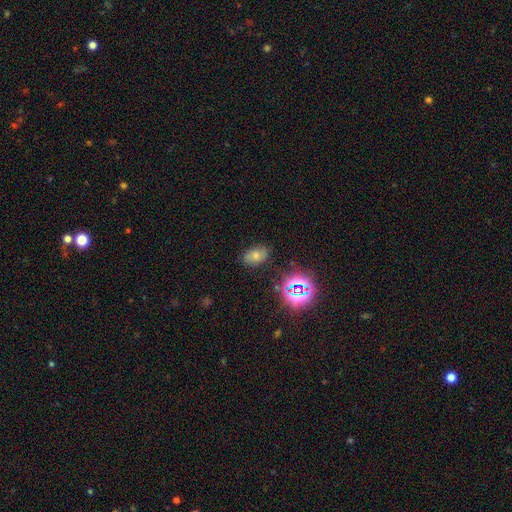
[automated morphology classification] A smooth galaxy with no disk features (45%).

Vote fractions:
- Smooth or featured? smooth: 45% / star or artifact: 37% / featured or disk: 18%
- Merging? none: 80% / minor disturbance: 14% / major disturbance: 4% / merger: 2%